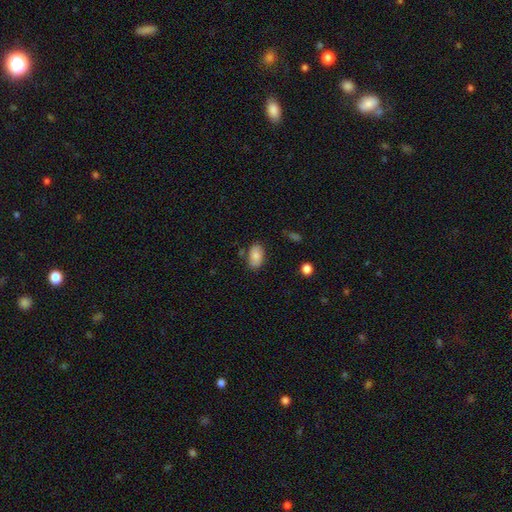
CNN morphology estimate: type=smooth (81%); roundness=in between (92%); merging=none (76%).